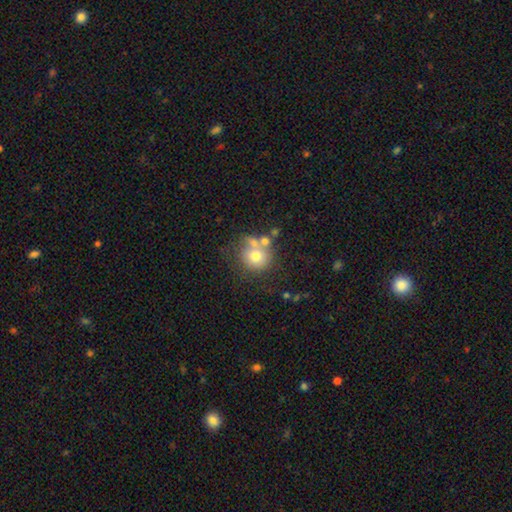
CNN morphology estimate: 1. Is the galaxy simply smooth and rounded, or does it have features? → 69% smooth, 20% featured or disk, 11% star or artifact.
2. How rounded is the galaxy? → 86% round, 13% in between, 1% cigar-shaped.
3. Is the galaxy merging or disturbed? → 48% none, 29% merger, 15% minor disturbance, 8% major disturbance.